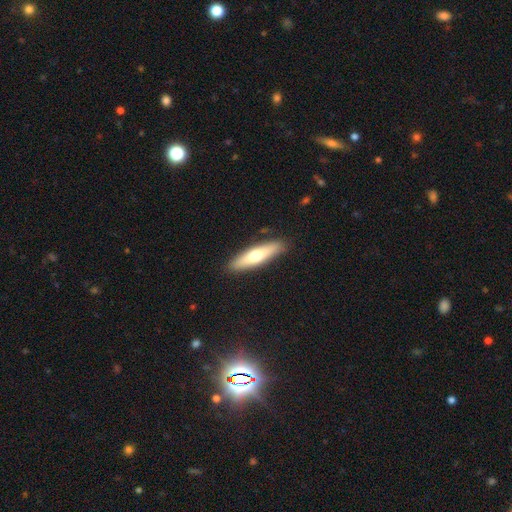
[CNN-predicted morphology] smooth 60%, featured or disk 35%, star or artifact 5%. Down the decision tree: how rounded — cigar-shaped (71%); merging — none (89%).